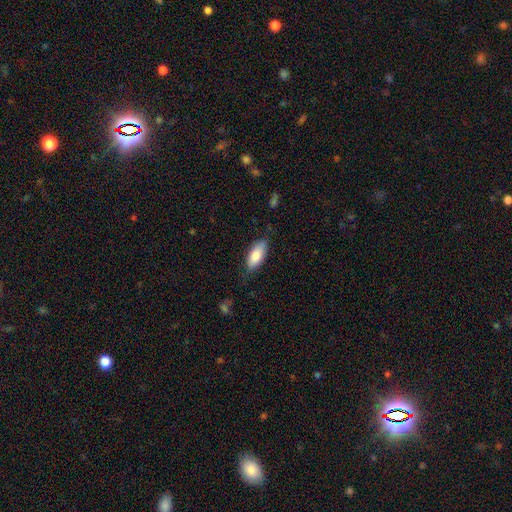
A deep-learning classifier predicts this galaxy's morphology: Smooth or featured: smooth — 82% (featured or disk — 12%)
How rounded: in between — 87% (cigar-shaped — 11%)
Merging: none — 72% (minor disturbance — 22%)